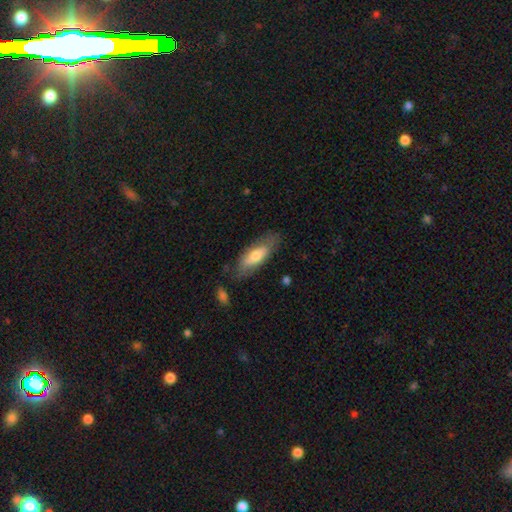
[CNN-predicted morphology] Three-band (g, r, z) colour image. It shows a smooth galaxy with no disk features (65%) that is in between round and cigar-shaped (64%). Merging: none (74%).